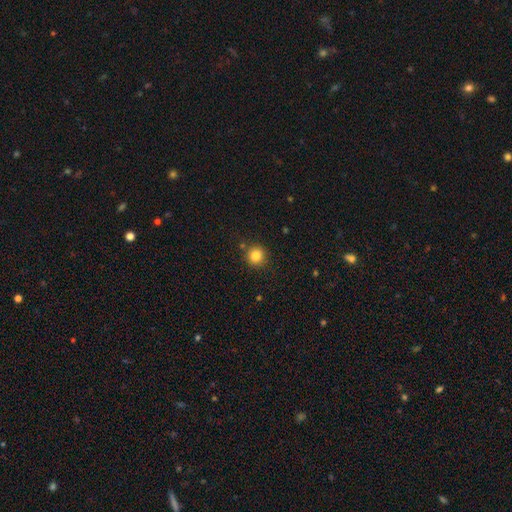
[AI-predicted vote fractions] This is clearly a smooth galaxy (83%). How rounded: clearly round (92%). Merging: clearly none (85%).